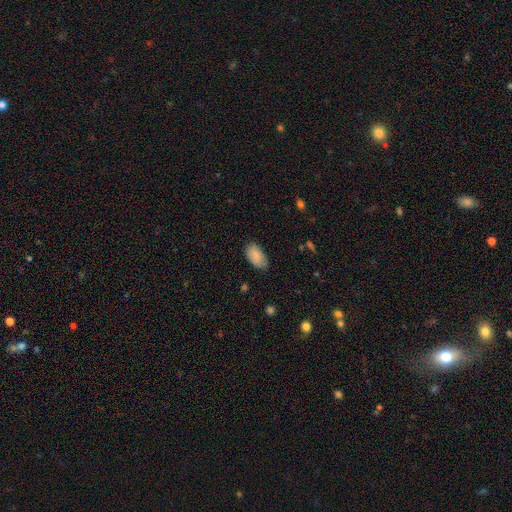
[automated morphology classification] A smooth galaxy with no disk features (84%) that is in between round and cigar-shaped (94%).

Vote fractions:
- Smooth or featured? smooth: 84% / featured or disk: 10% / star or artifact: 7%
- How rounded? in between: 94% / round: 4% / cigar-shaped: 2%
- Merging? none: 75% / minor disturbance: 21% / major disturbance: 3% / merger: 1%